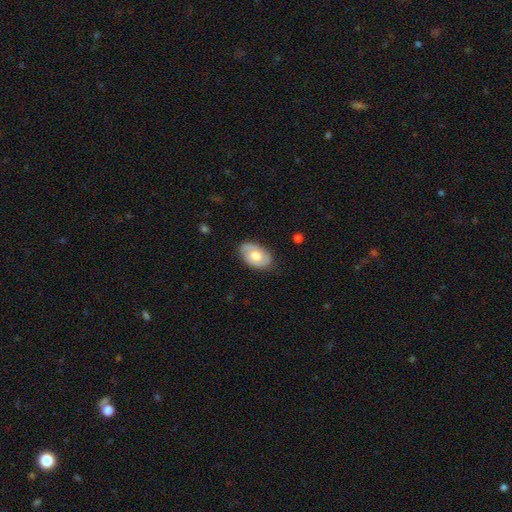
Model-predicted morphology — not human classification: This appears to be a smooth galaxy with no disk features (54%) that is in between round and cigar-shaped (90%). Merging: none (78%).